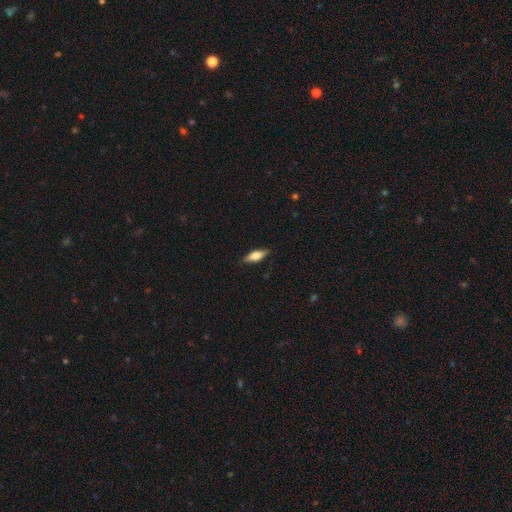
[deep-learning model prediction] A smooth galaxy with no disk features (58%) that is in between round and cigar-shaped (60%).

Vote fractions:
- Smooth or featured? smooth: 58% / featured or disk: 36% / star or artifact: 7%
- How rounded? in between: 60% / cigar-shaped: 38% / round: 3%
- Merging? none: 86% / minor disturbance: 11% / major disturbance: 2% / merger: 1%